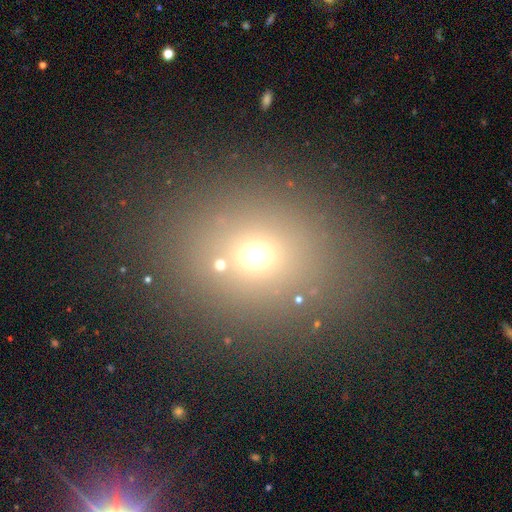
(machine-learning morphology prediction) type=smooth (64%); roundness=round (65%); merging=none (81%).